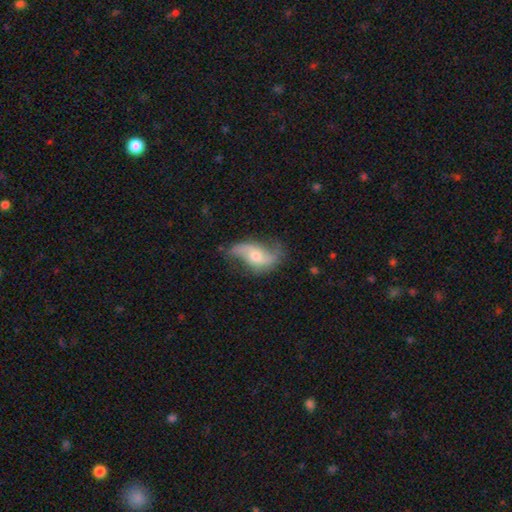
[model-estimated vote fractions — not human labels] This is likely a featured or disk galaxy (73%). It is clearly not viewed edge-on (93%). Bar: possibly no (57%). Spiral arm pattern: clearly yes (91%). Spiral arm count: clearly 2 (89%). Spiral winding: likely loose (77%). Central bulge: possibly moderate (57%). Merging: possibly none (60%).